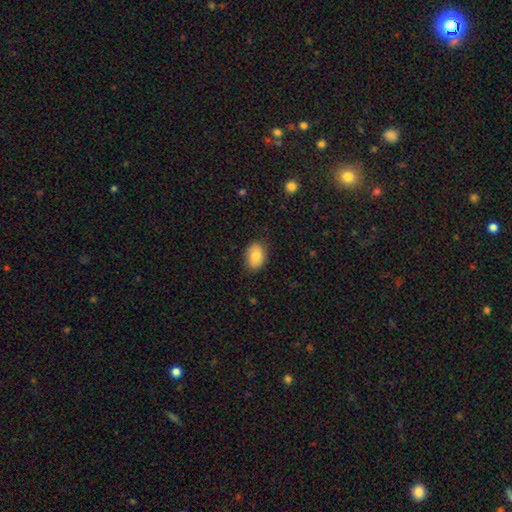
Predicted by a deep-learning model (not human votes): Q: Smooth or featured?
A: smooth (78%); runner-up: featured or disk (15%)
Q: How rounded?
A: in between (83%); runner-up: round (16%)
Q: Merging?
A: none (83%); runner-up: minor disturbance (13%)